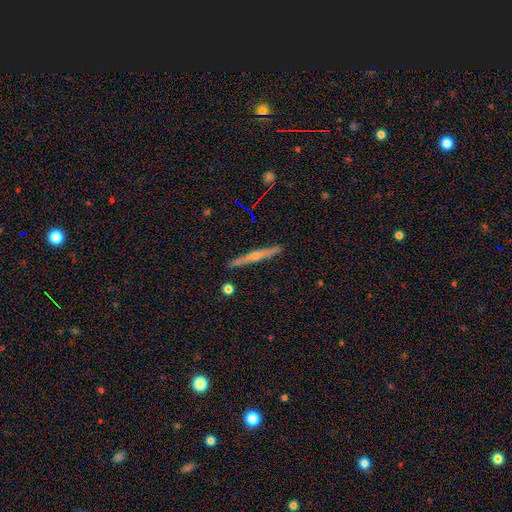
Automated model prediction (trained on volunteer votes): Overall: featured or disk (67%). Edge-on disk: yes (98%). Edge-on bulge: rounded (73%). Merging: none (91%).